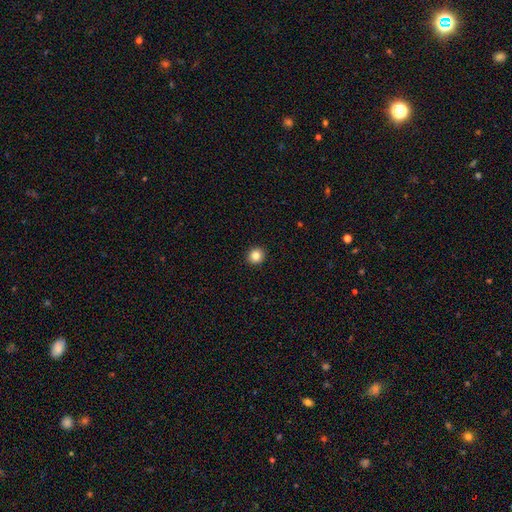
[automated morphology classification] smooth-or-featured: smooth: 84% | star or artifact: 11% | featured or disk: 6%
  how-rounded: round: 90% | in between: 9% | cigar-shaped: 1%
  merging: none: 93% | minor disturbance: 4% | major disturbance: 1% | merger: 1%